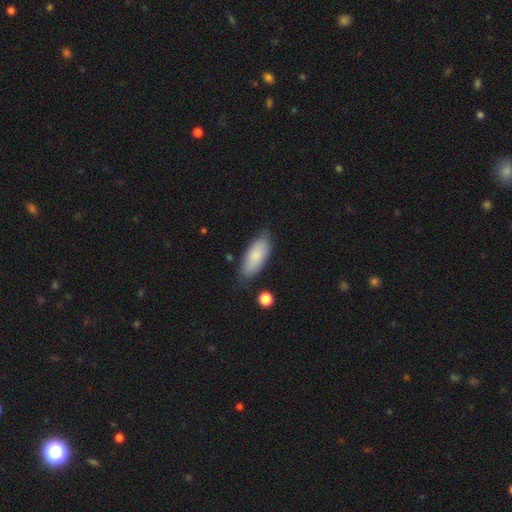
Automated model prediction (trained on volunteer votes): Smooth or featured: smooth — 82% (featured or disk — 12%)
How rounded: in between — 82% (cigar-shaped — 16%)
Merging: none — 79% (minor disturbance — 15%)